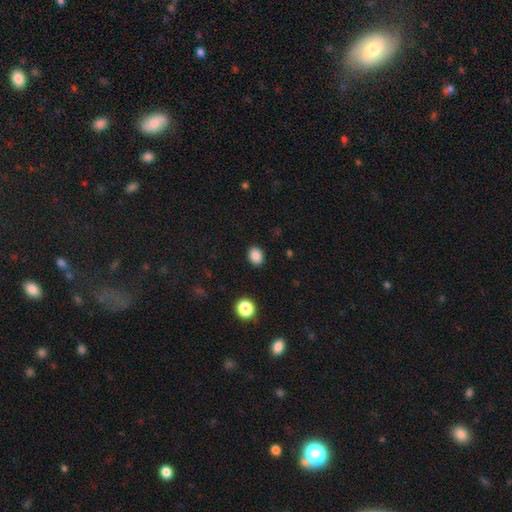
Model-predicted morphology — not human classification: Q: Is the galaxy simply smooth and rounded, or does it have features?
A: smooth — 87%.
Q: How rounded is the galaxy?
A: in between — 56%.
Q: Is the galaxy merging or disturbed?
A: none — 89%.